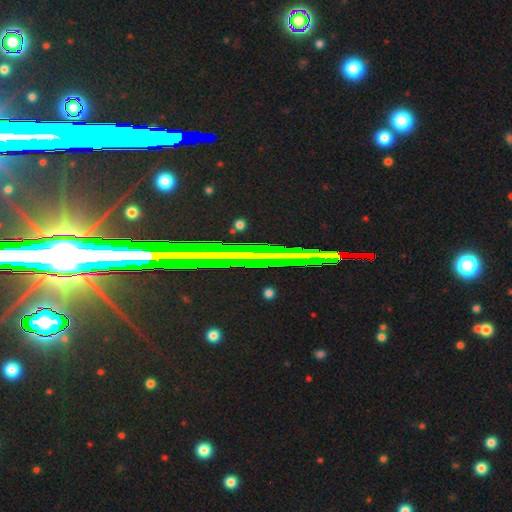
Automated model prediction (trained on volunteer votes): A star or artifact, not a galaxy (75%).